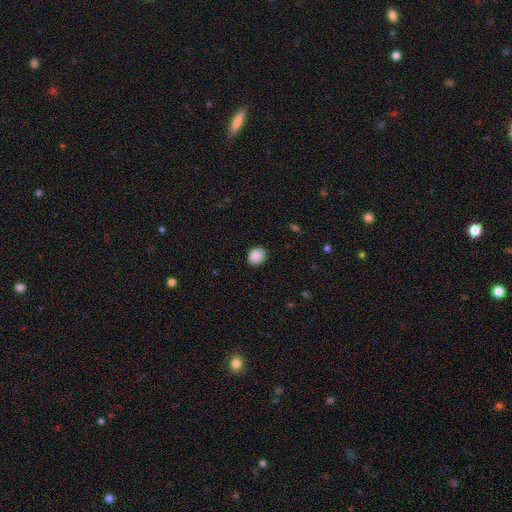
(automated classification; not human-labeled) smooth_or_featured: smooth (p=0.89) [alt: star or artifact p=0.08]
how_rounded: round (p=0.59) [alt: in between p=0.40]
merging: none (p=0.88) [alt: minor disturbance p=0.09]